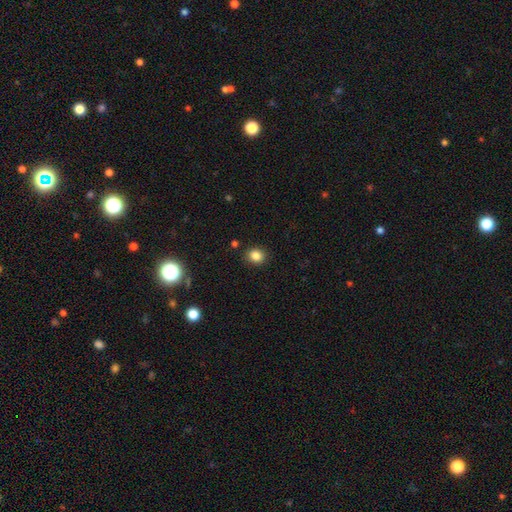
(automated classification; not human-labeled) Smooth or featured?
  - smooth: 83% *
  - star or artifact: 12%
  - featured or disk: 5%
How rounded?
  - round: 74% *
  - in between: 25%
  - cigar-shaped: 1%
Merging?
  - none: 89% *
  - minor disturbance: 7%
  - major disturbance: 2%
  - merger: 2%